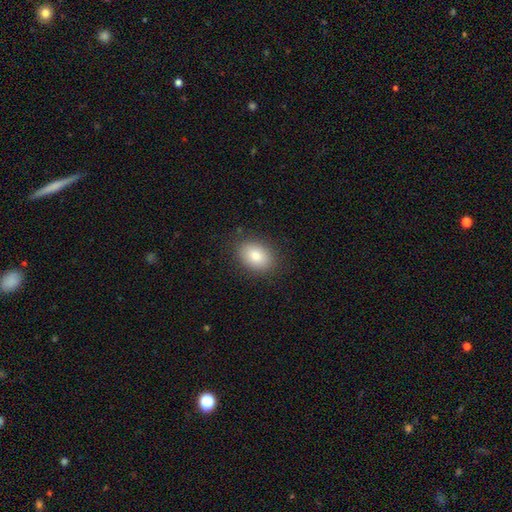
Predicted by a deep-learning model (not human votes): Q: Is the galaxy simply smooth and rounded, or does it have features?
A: smooth — 84%.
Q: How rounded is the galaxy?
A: in between — 77%.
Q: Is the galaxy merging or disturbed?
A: none — 86%.